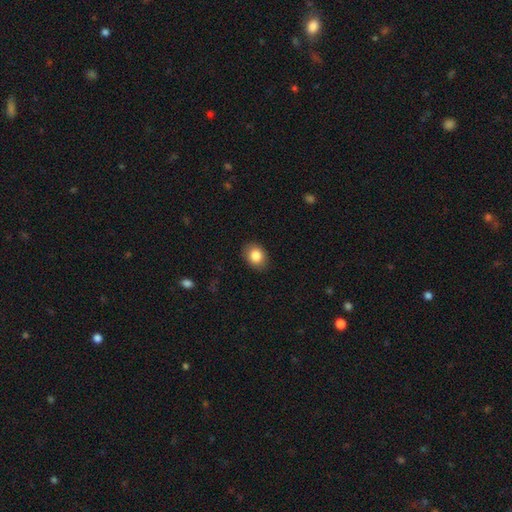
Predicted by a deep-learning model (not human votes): The model was most divided on "how rounded": in between: 55%, round: 44%, cigar-shaped: 1%. More confident: merging — none (87%); smooth or featured — smooth (85%).